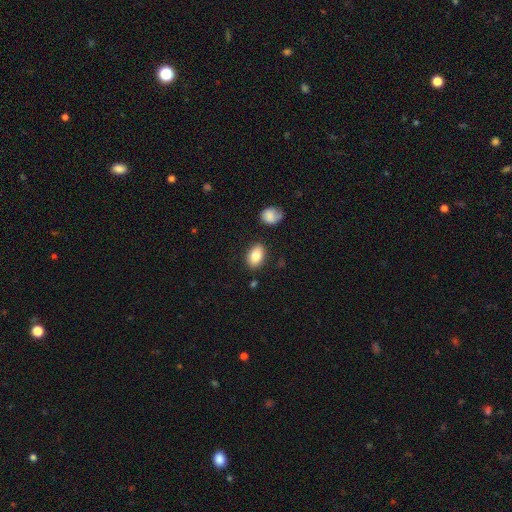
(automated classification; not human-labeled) This is clearly a smooth galaxy (83%). How rounded: clearly in between (88%). Merging: clearly none (84%).